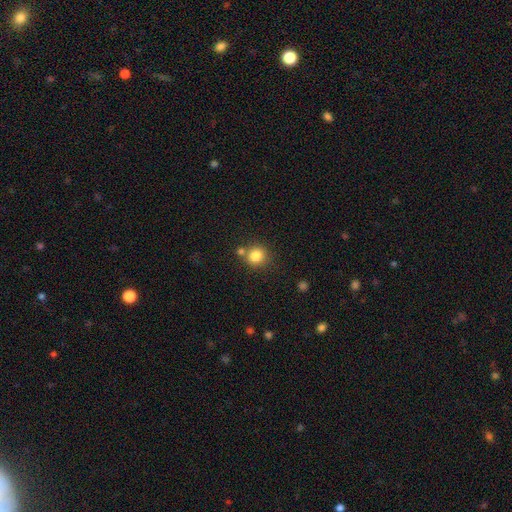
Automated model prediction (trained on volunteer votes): Smooth or featured?
  - smooth: 83% *
  - star or artifact: 11%
  - featured or disk: 6%
How rounded?
  - round: 90% *
  - in between: 9%
  - cigar-shaped: 1%
Merging?
  - none: 70% *
  - merger: 17%
  - minor disturbance: 10%
  - major disturbance: 3%